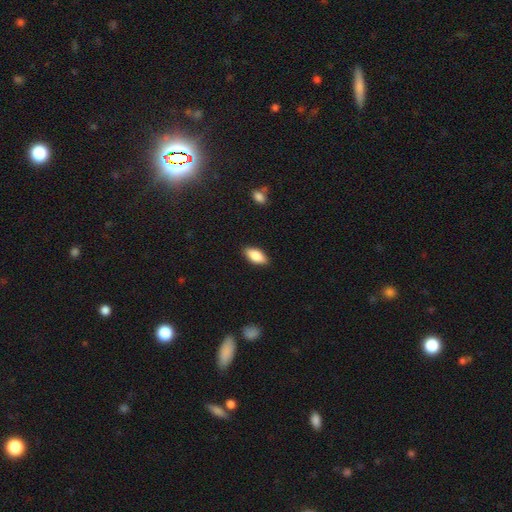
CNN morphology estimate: smooth 83%, featured or disk 11%, star or artifact 6%. Down the decision tree: how rounded — in between (88%); merging — none (88%).